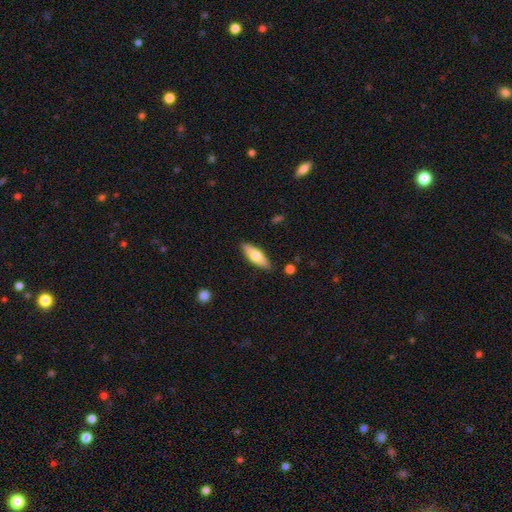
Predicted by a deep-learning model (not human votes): A smooth galaxy with no disk features (62%) that is in between round and cigar-shaped (55%).

Vote fractions:
- Smooth or featured? smooth: 62% / featured or disk: 32% / star or artifact: 6%
- How rounded? in between: 55% / cigar-shaped: 43% / round: 2%
- Merging? none: 87% / minor disturbance: 10% / major disturbance: 2% / merger: 2%